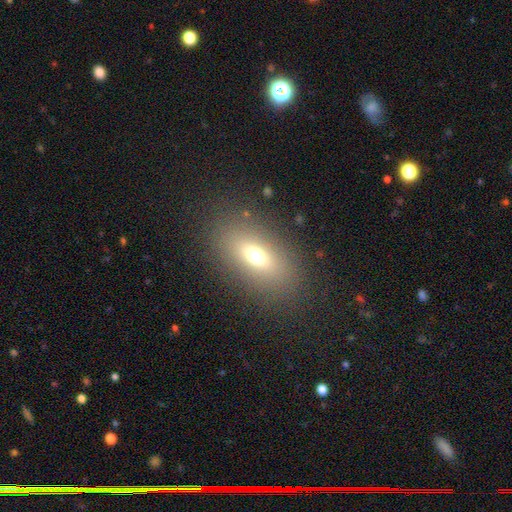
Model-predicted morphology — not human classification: The model was most divided on "smooth or featured": smooth: 66%, featured or disk: 20%, star or artifact: 14%. More confident: merging — none (83%); how rounded — in between (81%).